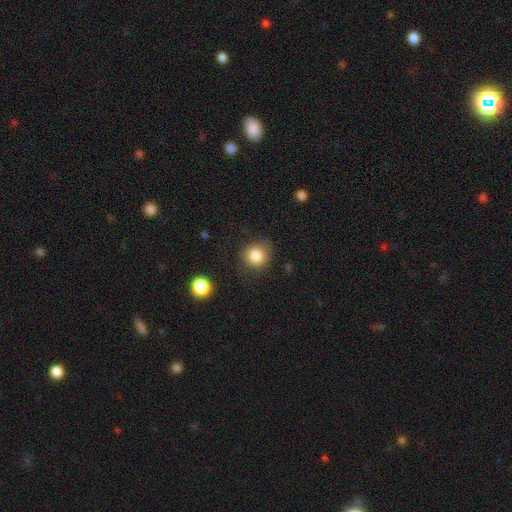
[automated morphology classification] Q: Smooth or featured?
A: smooth (84%); runner-up: star or artifact (10%)
Q: How rounded?
A: round (86%); runner-up: in between (13%)
Q: Merging?
A: none (79%); runner-up: minor disturbance (14%)